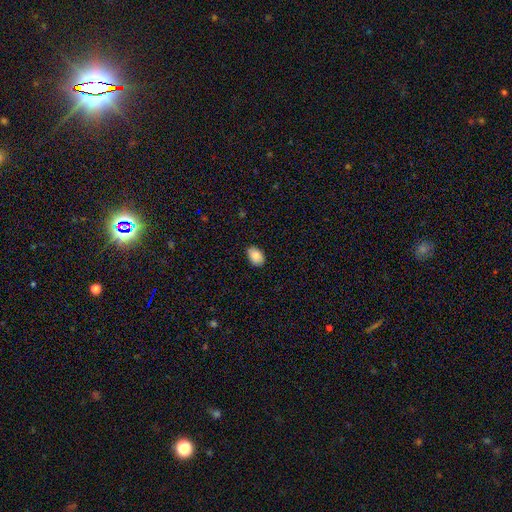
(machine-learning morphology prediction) smooth_or_featured: smooth (p=0.86) [alt: star or artifact p=0.07]
how_rounded: in between (p=0.85) [alt: round p=0.13]
merging: none (p=0.85) [alt: minor disturbance p=0.12]